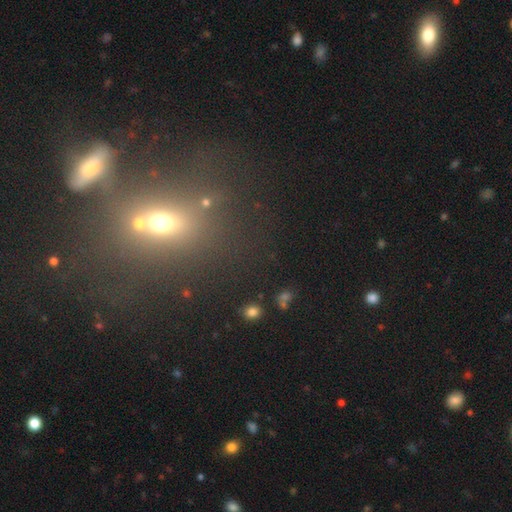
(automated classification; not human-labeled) Smooth or featured?
  - smooth: 42% *
  - star or artifact: 41%
  - featured or disk: 18%
Merging?
  - none: 51% *
  - merger: 30%
  - minor disturbance: 11%
  - major disturbance: 8%